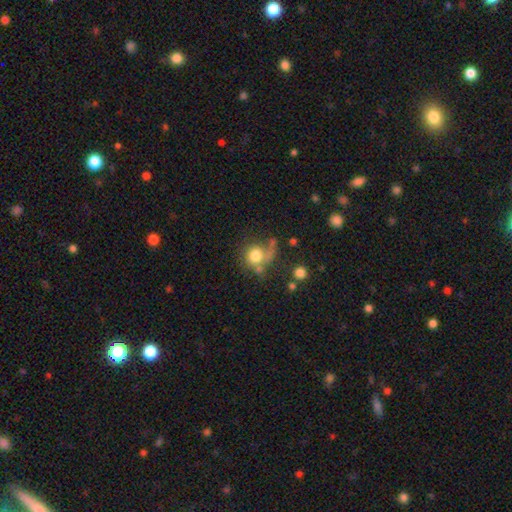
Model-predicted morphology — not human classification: smooth 74%, featured or disk 16%, star or artifact 10%. Down the decision tree: how rounded — round (81%); merging — none (40%).